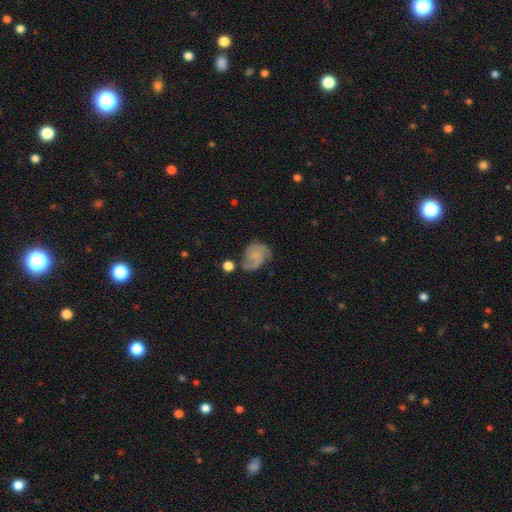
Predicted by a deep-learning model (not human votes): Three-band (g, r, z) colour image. It shows a featured or disk galaxy (61%) with no bar (66%), 2 (70%) medium (46%) spiral arms (91%) and no central bulge (51%). Merging: none (51%).